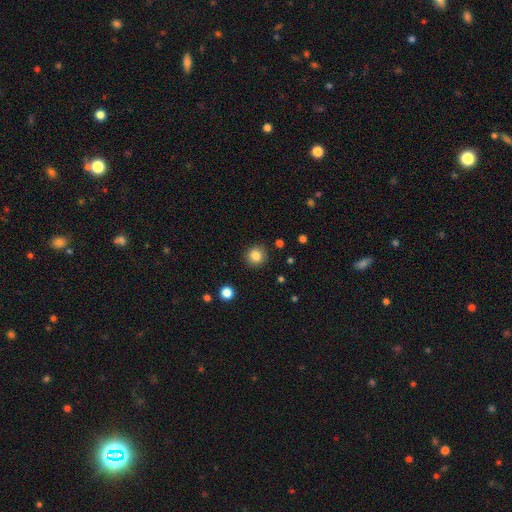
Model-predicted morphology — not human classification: smooth-or-featured: smooth: 84% | star or artifact: 11% | featured or disk: 6%
  how-rounded: round: 92% | in between: 7% | cigar-shaped: 1%
  merging: none: 90% | minor disturbance: 6% | major disturbance: 2% | merger: 1%